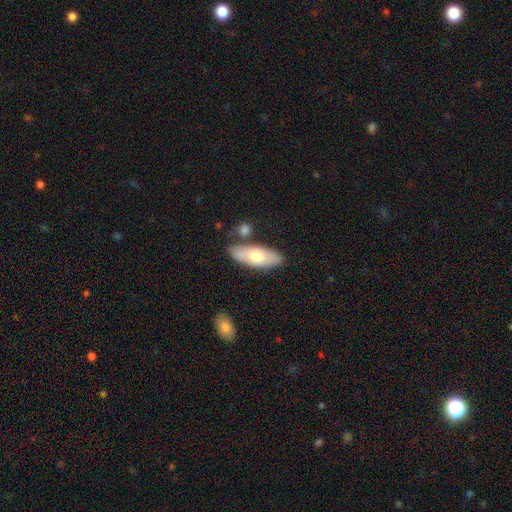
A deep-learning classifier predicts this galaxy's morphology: Overall: smooth (60%; featured or disk 34%). How rounded: in between (76%). Merging: none (73%).